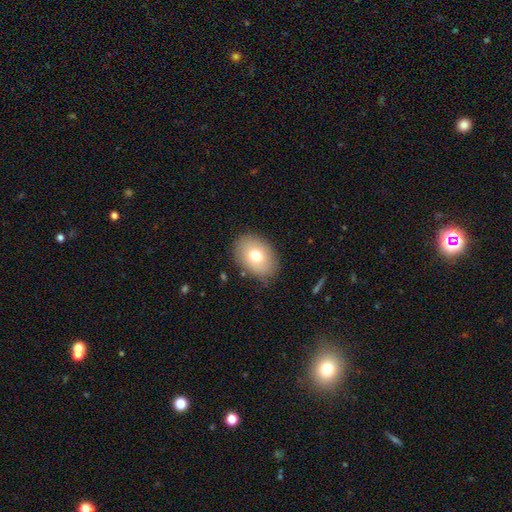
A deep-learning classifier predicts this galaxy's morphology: Smooth or featured? Predicted: smooth (p=0.73). How rounded? Predicted: in between (p=0.79). Merging? Predicted: none (p=0.83).